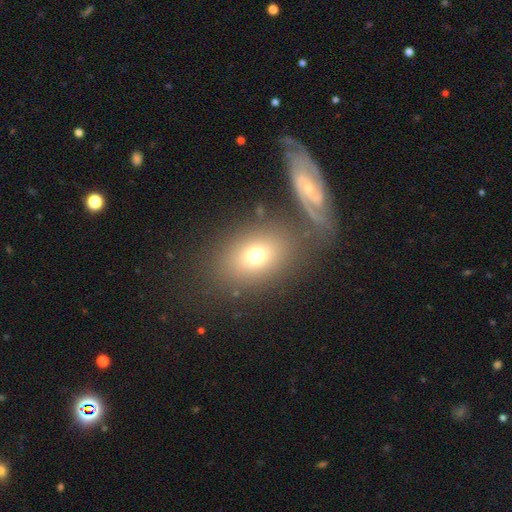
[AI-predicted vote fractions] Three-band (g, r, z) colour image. It shows a smooth galaxy with no disk features (69%) that is in between round and cigar-shaped (60%). Merging: none (72%).